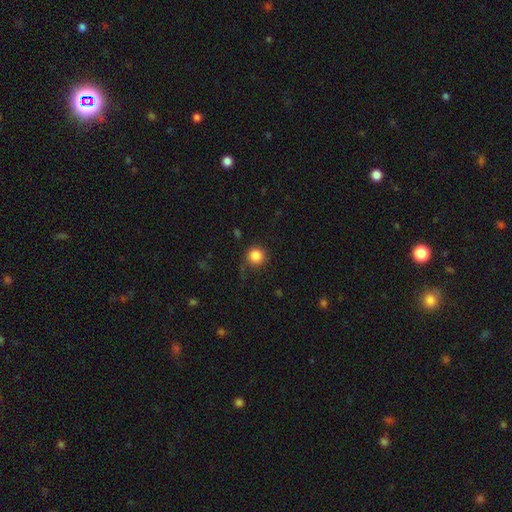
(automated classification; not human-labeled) A smooth galaxy with no disk features (85%) that is round (94%).

Vote fractions:
- Smooth or featured? smooth: 85% / star or artifact: 11% / featured or disk: 4%
- How rounded? round: 94% / in between: 5% / cigar-shaped: 1%
- Merging? none: 82% / minor disturbance: 12% / major disturbance: 4% / merger: 2%